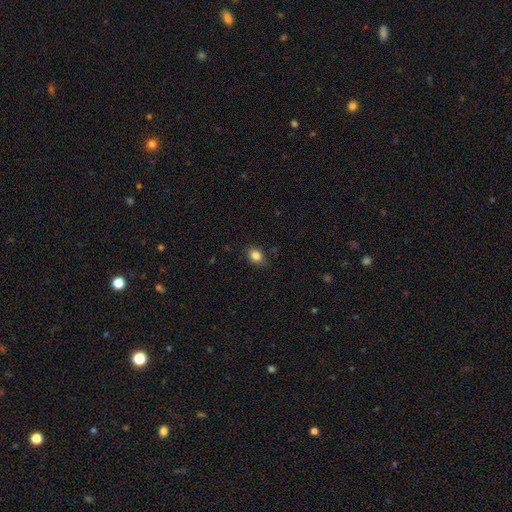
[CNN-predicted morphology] Overall: smooth (84%). How rounded: in between (55%; round 44%). Merging: none (85%).